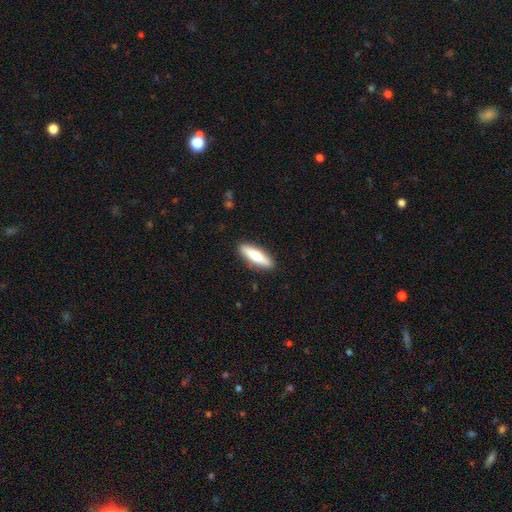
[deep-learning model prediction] This appears to be a smooth galaxy with no disk features (66%) that is cigar-shaped (65%). Merging: none (90%).